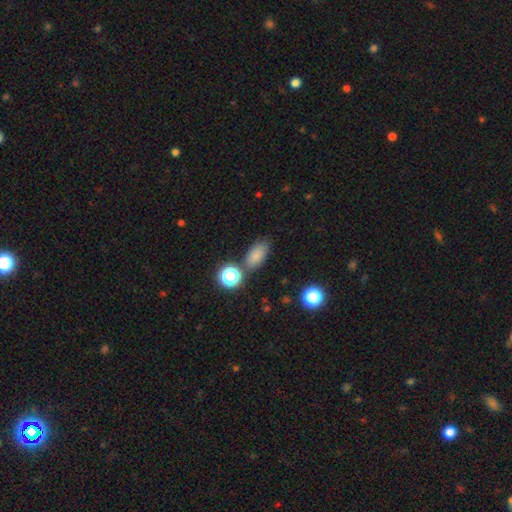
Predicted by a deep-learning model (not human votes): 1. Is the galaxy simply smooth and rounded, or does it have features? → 79% smooth, 14% star or artifact, 7% featured or disk.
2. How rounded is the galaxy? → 87% in between, 9% round, 4% cigar-shaped.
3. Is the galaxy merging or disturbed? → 72% none, 14% minor disturbance, 9% merger, 4% major disturbance.